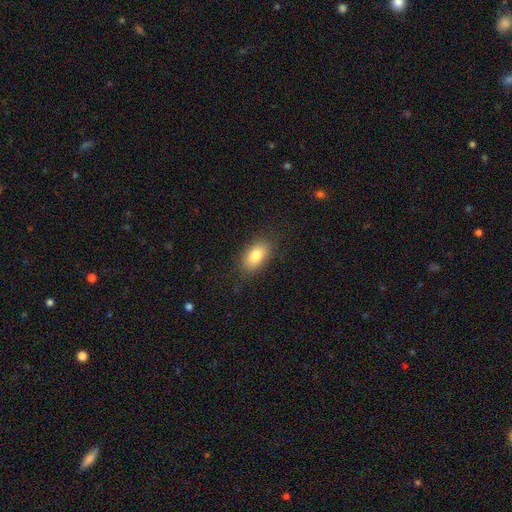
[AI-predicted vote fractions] Smooth or featured? Predicted: smooth (p=0.81). How rounded? Predicted: in between (p=0.90). Merging? Predicted: none (p=0.84).